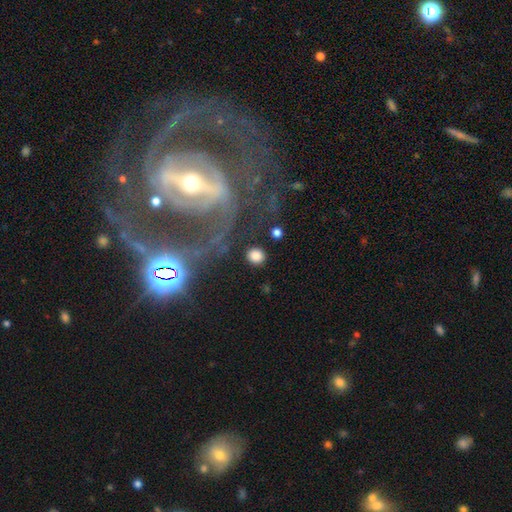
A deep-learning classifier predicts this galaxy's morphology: Smooth or featured?
  - smooth: 81% *
  - star or artifact: 10%
  - featured or disk: 8%
How rounded?
  - round: 87% *
  - in between: 12%
  - cigar-shaped: 1%
Merging?
  - none: 85% *
  - minor disturbance: 7%
  - major disturbance: 4%
  - merger: 3%